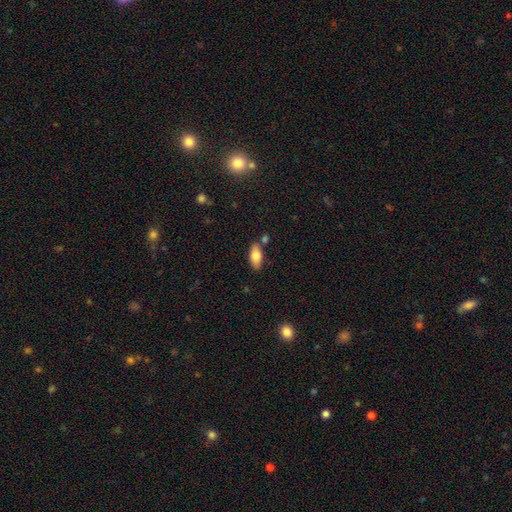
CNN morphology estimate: Q: Smooth or featured?
A: smooth (78%); runner-up: featured or disk (15%)
Q: How rounded?
A: in between (86%); runner-up: cigar-shaped (12%)
Q: Merging?
A: none (78%); runner-up: minor disturbance (12%)